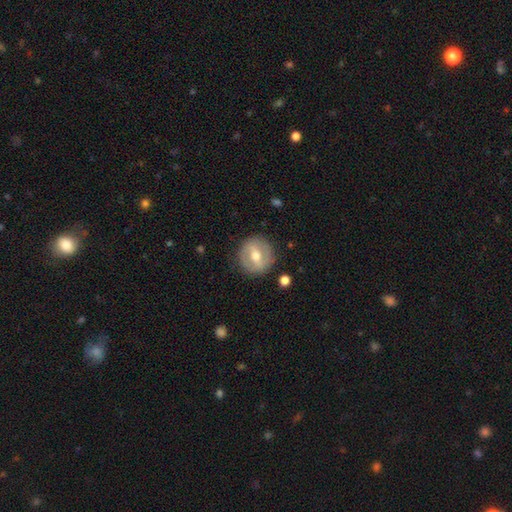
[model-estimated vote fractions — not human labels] featured or disk 58%, smooth 36%, star or artifact 6%. Down the decision tree: edge-on disk — no (95%); bar — weak (44%); spiral arms — no (55%); bulge size — moderate (74%); merging — none (85%).